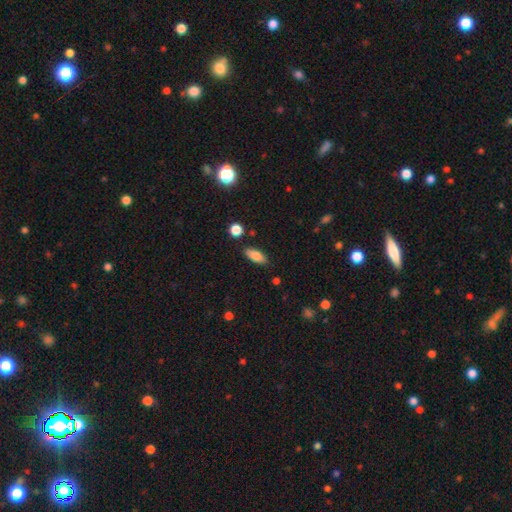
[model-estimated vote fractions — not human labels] smooth 80%, featured or disk 13%, star or artifact 8%. Down the decision tree: how rounded — in between (79%); merging — none (84%).